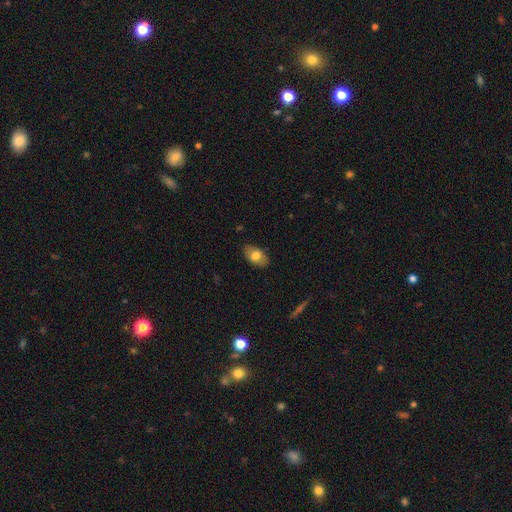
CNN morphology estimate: Smooth or featured? smooth (73%)
How rounded? in between (91%)
Merging? none (84%)